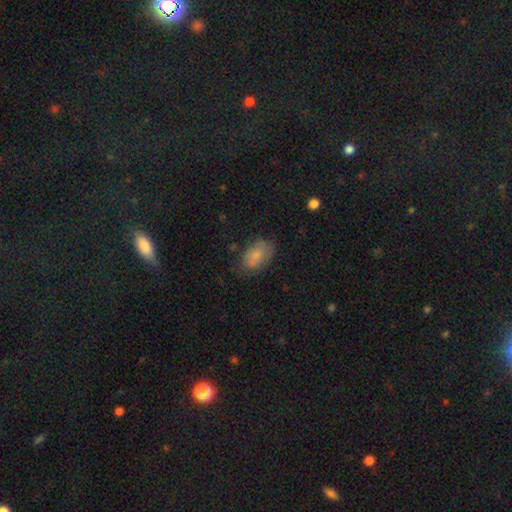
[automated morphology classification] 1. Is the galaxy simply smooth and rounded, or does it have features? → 77% smooth, 16% featured or disk, 8% star or artifact.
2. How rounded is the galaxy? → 90% in between, 9% round, 2% cigar-shaped.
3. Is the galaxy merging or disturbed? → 68% none, 23% minor disturbance, 7% major disturbance, 2% merger.